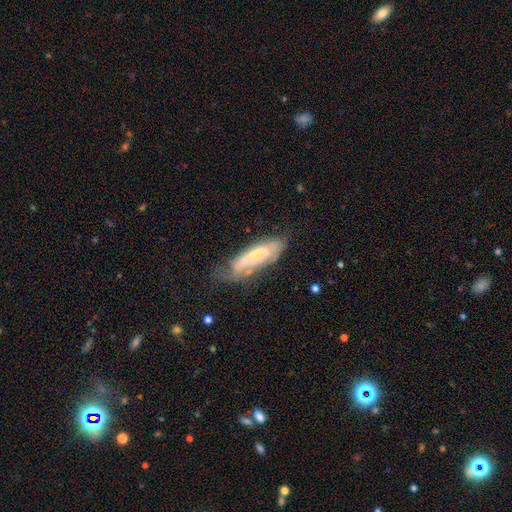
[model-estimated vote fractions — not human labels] This appears to be a featured or disk galaxy (53%). Merging: none (49%).